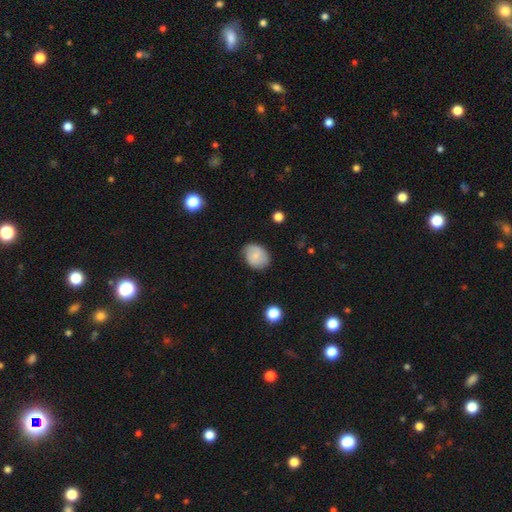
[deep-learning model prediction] Smooth or featured? smooth (70%)
How rounded? in between (59%)
Merging? none (79%)